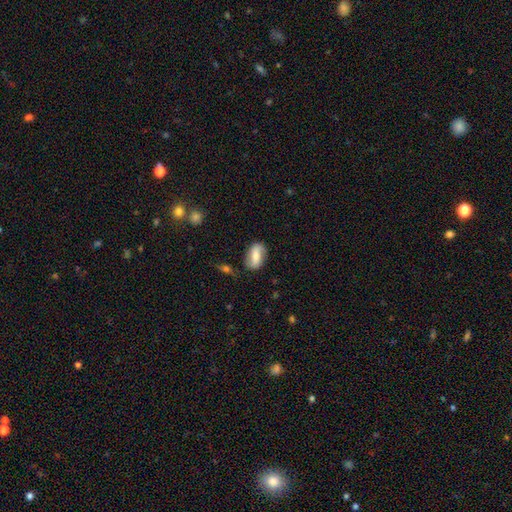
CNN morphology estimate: smooth_or_featured: smooth (p=0.49) [alt: featured or disk p=0.44]
merging: none (p=0.79) [alt: minor disturbance p=0.15]